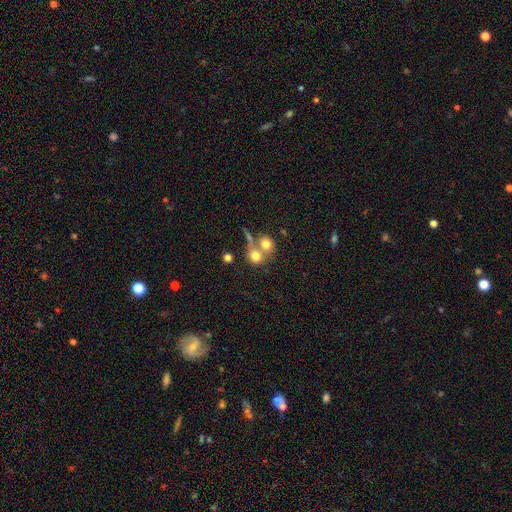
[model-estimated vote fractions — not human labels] A smooth galaxy with no disk features (72%) that is round (74%). Merging: merger (63%).